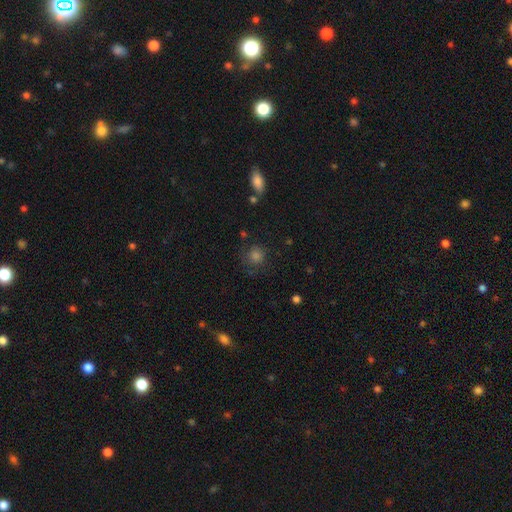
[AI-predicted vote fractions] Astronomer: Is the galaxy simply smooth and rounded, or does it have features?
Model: smooth — 71%.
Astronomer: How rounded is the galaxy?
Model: round — 86%.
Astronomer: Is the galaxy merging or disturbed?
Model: none — 72%.